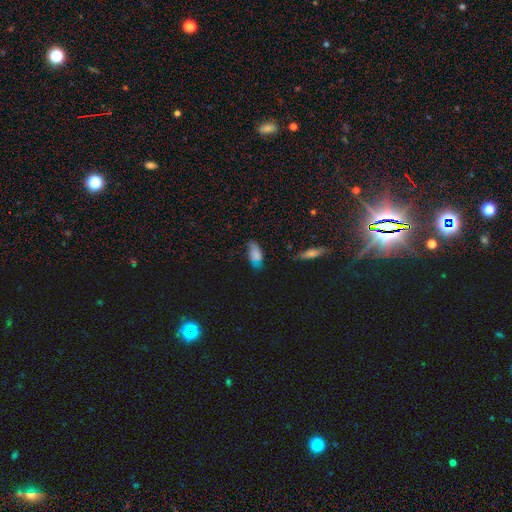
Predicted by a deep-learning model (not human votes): smooth-or-featured: smooth: 69% | featured or disk: 21% | star or artifact: 10%
  how-rounded: in between: 88% | cigar-shaped: 9% | round: 3%
  merging: none: 62% | minor disturbance: 28% | major disturbance: 7% | merger: 3%